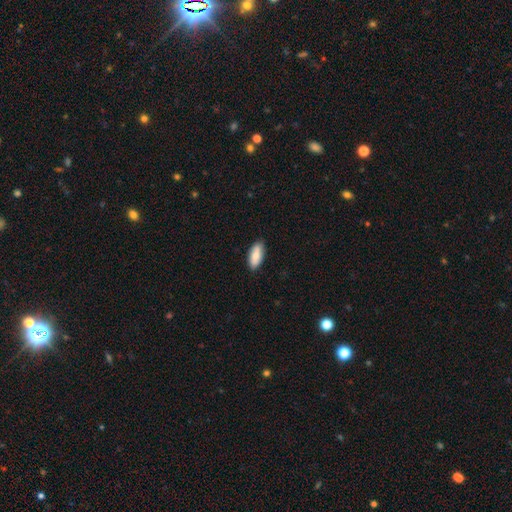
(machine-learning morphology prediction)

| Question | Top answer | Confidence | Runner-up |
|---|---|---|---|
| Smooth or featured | smooth | 78% | featured or disk (16%) |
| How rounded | in between | 88% | cigar-shaped (10%) |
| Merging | none | 86% | minor disturbance (11%) |